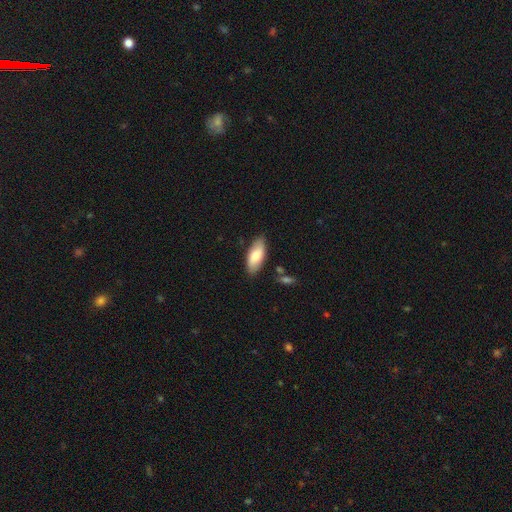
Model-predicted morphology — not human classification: A smooth galaxy with no disk features (77%) that is in between round and cigar-shaped (85%). Merging: none (82%).